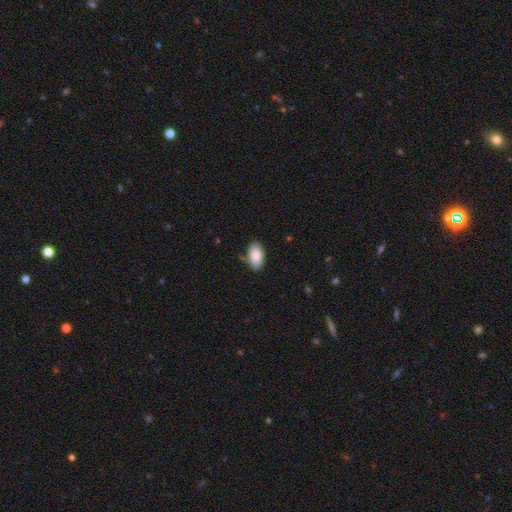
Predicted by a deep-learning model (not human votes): A smooth galaxy with no disk features (86%) that is in between round and cigar-shaped (95%). Merging: none (82%).